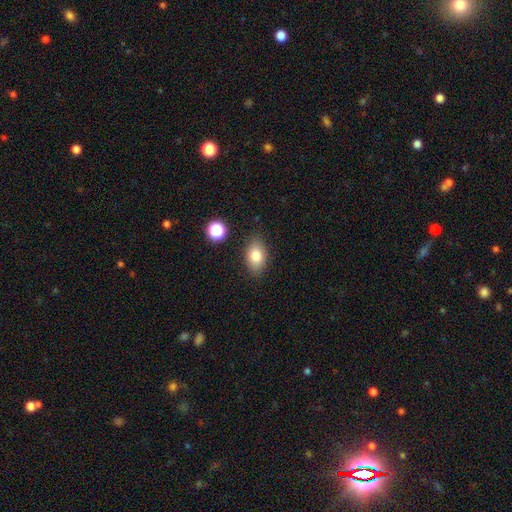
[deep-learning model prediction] Q: Smooth or featured?
A: smooth (81%); runner-up: featured or disk (10%)
Q: How rounded?
A: in between (88%); runner-up: round (11%)
Q: Merging?
A: none (84%); runner-up: minor disturbance (11%)